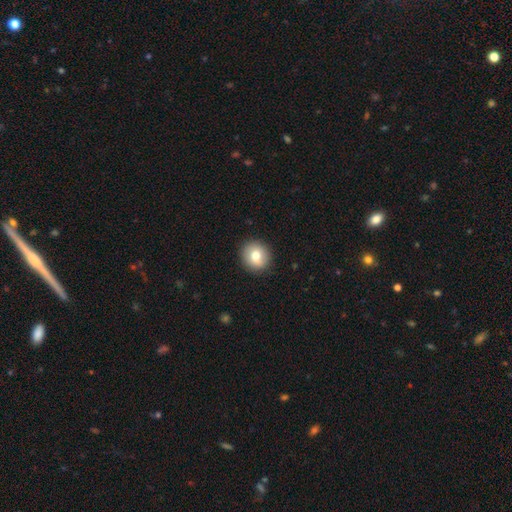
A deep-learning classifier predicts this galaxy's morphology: smooth-or-featured: smooth: 77% | featured or disk: 14% | star or artifact: 8%
  how-rounded: round: 87% | in between: 12% | cigar-shaped: 1%
  merging: none: 91% | minor disturbance: 7% | major disturbance: 2% | merger: 1%